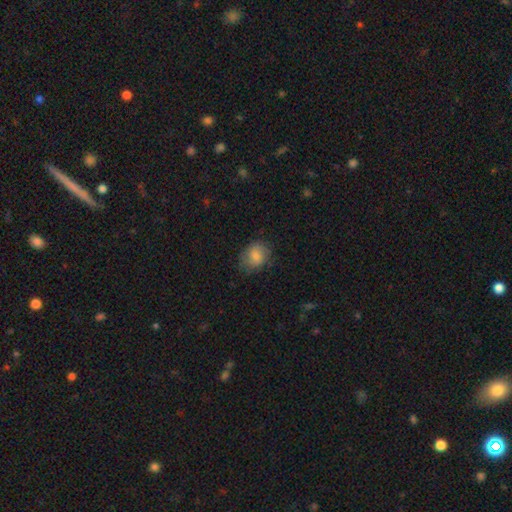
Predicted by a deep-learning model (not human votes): smooth-or-featured: smooth: 79% | featured or disk: 13% | star or artifact: 9%
  how-rounded: round: 50% | in between: 49% | cigar-shaped: 1%
  merging: none: 74% | minor disturbance: 20% | major disturbance: 5% | merger: 1%